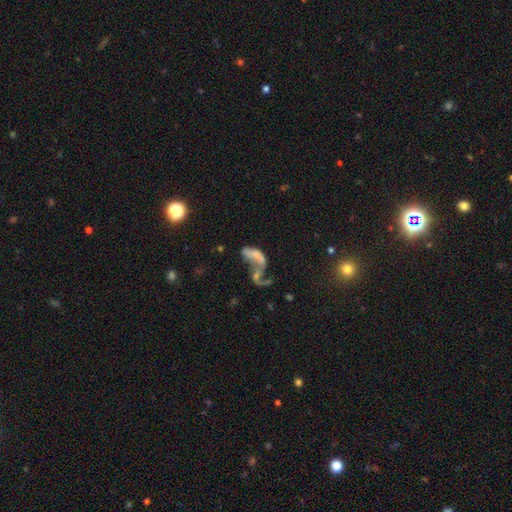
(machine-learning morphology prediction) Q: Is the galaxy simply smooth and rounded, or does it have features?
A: featured or disk — 44%.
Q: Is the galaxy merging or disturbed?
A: merger — 51%.